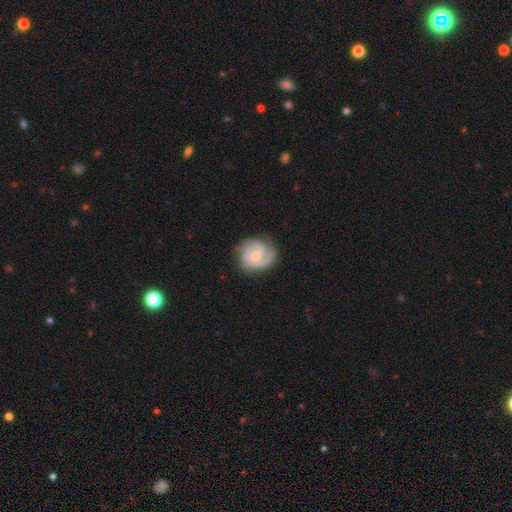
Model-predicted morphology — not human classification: Smooth or featured? featured or disk (80%)
Edge-on disk? no (98%)
Bar? no (57%)
Spiral arms? yes (96%)
Spiral winding? tight (45%)
Spiral arm count? 2 (53%)
Bulge size? small (52%)
Merging? none (77%)